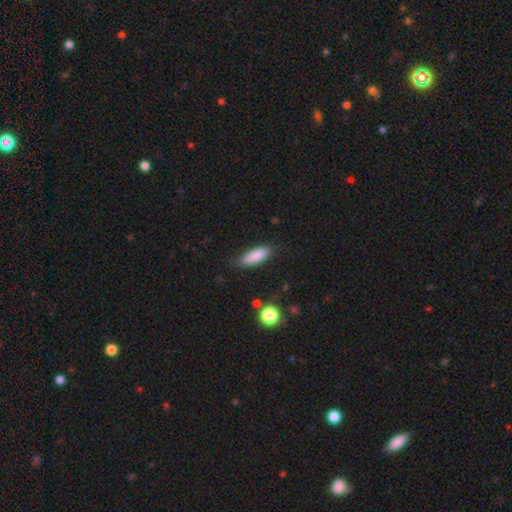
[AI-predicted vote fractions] smooth 83%, featured or disk 10%, star or artifact 7%. Down the decision tree: how rounded — in between (51%); merging — none (80%).